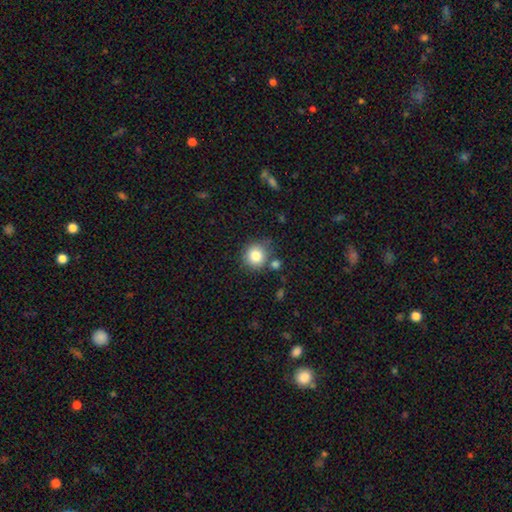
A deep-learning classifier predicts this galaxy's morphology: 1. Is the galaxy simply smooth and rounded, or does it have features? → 82% smooth, 10% star or artifact, 7% featured or disk.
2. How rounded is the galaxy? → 90% round, 9% in between, 1% cigar-shaped.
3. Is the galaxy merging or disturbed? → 76% none, 11% minor disturbance, 9% merger, 3% major disturbance.